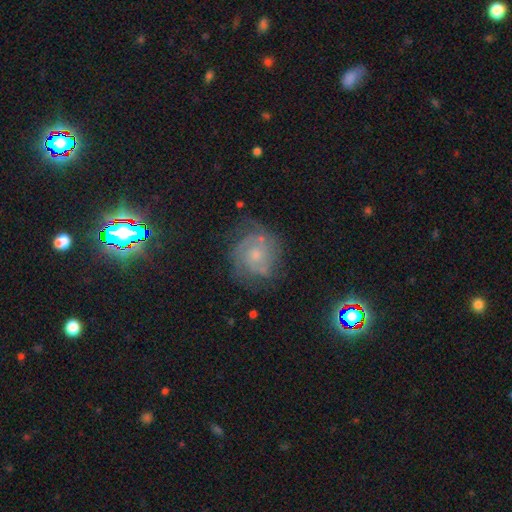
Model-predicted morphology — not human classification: Smooth or featured?
  - featured or disk: 73% *
  - smooth: 17%
  - star or artifact: 10%
Edge-on disk?
  - no: 98% *
  - yes: 2%
Bar?
  - no: 75% *
  - weak: 22%
  - strong: 3%
Spiral arms?
  - yes: 89% *
  - no: 11%
Spiral winding?
  - tight: 55% *
  - medium: 34%
  - loose: 11%
Spiral arm count?
  - 2: 34% *
  - can't tell: 32%
  - 3: 18%
  - 1: 6%
  - 4: 5%
  - more than 4: 4%
Bulge size?
  - small: 51% *
  - moderate: 39%
  - none: 5%
  - large: 3%
  - dominant: 1%
Merging?
  - none: 62% *
  - minor disturbance: 22%
  - major disturbance: 13%
  - merger: 3%